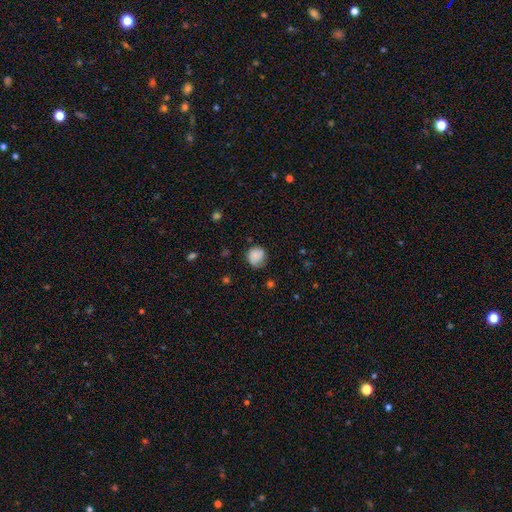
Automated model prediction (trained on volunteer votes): This appears to be a smooth galaxy with no disk features (80%) that is round (83%). Merging: none (63%).